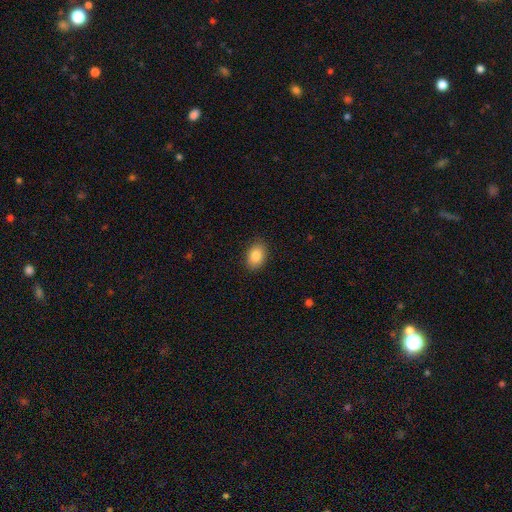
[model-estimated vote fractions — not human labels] A smooth galaxy with no disk features (86%) that is in between round and cigar-shaped (82%).

Vote fractions:
- Smooth or featured? smooth: 86% / star or artifact: 8% / featured or disk: 6%
- How rounded? in between: 82% / round: 16% / cigar-shaped: 1%
- Merging? none: 88% / minor disturbance: 9% / major disturbance: 2% / merger: 1%